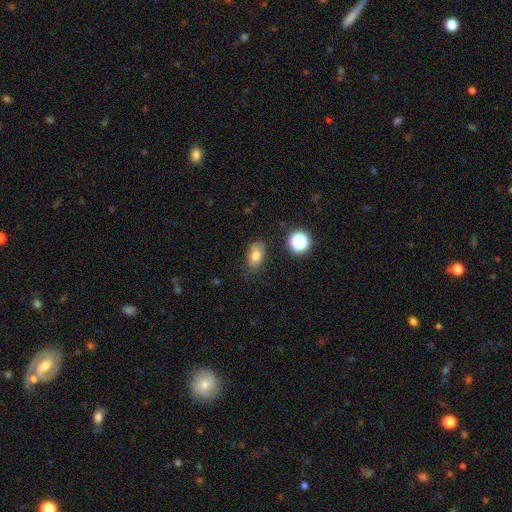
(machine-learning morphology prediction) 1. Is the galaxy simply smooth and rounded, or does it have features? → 75% smooth, 13% featured or disk, 12% star or artifact.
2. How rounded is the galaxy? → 84% in between, 14% round, 2% cigar-shaped.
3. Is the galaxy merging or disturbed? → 70% none, 23% minor disturbance, 5% major disturbance, 2% merger.